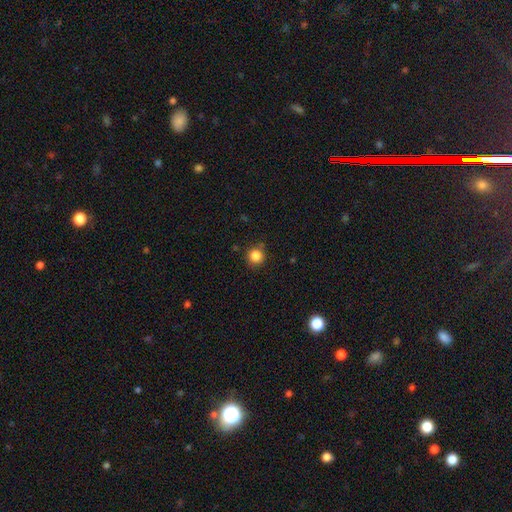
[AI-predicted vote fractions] A smooth galaxy with no disk features (85%) that is round (93%).

Vote fractions:
- Smooth or featured? smooth: 85% / star or artifact: 11% / featured or disk: 4%
- How rounded? round: 93% / in between: 6% / cigar-shaped: 1%
- Merging? none: 84% / minor disturbance: 11% / major disturbance: 3% / merger: 2%